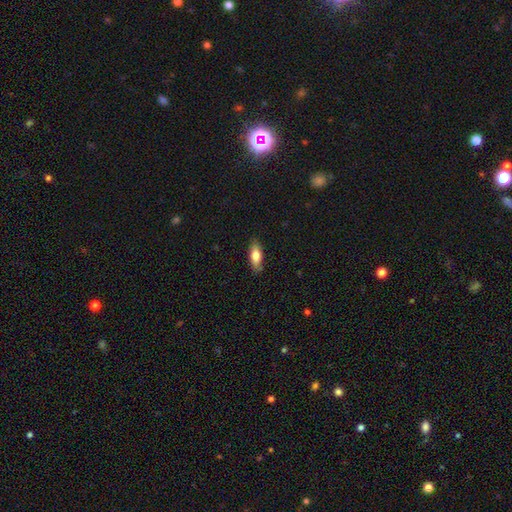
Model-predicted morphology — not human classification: This is likely a smooth galaxy (75%). How rounded: likely in between (71%). Merging: clearly none (84%).